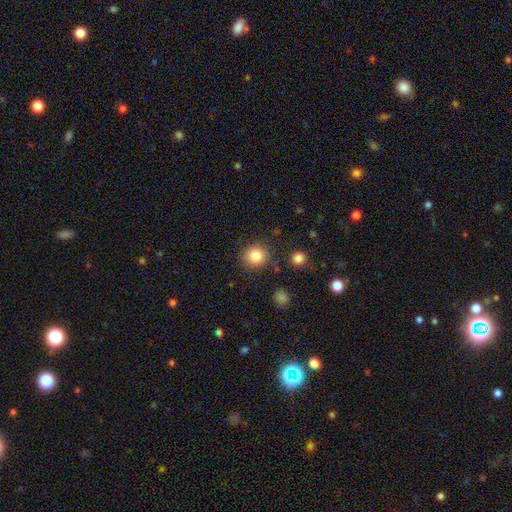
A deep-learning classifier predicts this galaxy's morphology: smooth_or_featured: smooth (p=0.85) [alt: star or artifact p=0.10]
how_rounded: round (p=0.90) [alt: in between p=0.09]
merging: none (p=0.86) [alt: minor disturbance p=0.08]